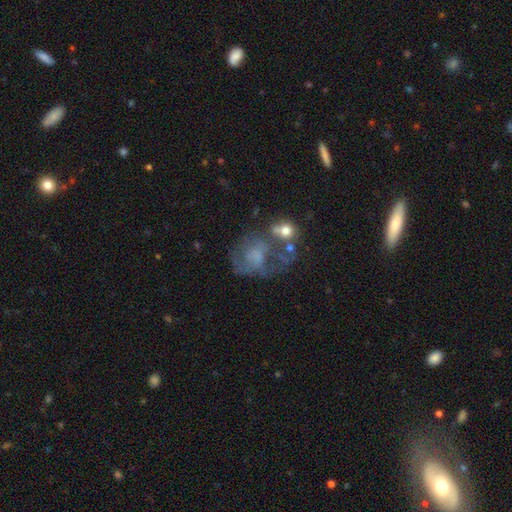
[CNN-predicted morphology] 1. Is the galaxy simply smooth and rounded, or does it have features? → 52% featured or disk, 34% smooth, 14% star or artifact.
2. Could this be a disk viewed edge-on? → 97% no, 3% yes.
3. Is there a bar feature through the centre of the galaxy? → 78% no, 18% weak, 4% strong.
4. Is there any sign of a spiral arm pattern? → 60% no, 40% yes.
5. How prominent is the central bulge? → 43% none, 24% moderate, 23% small, 7% large, 2% dominant.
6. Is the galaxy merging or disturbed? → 32% major disturbance, 27% none, 23% merger, 17% minor disturbance.